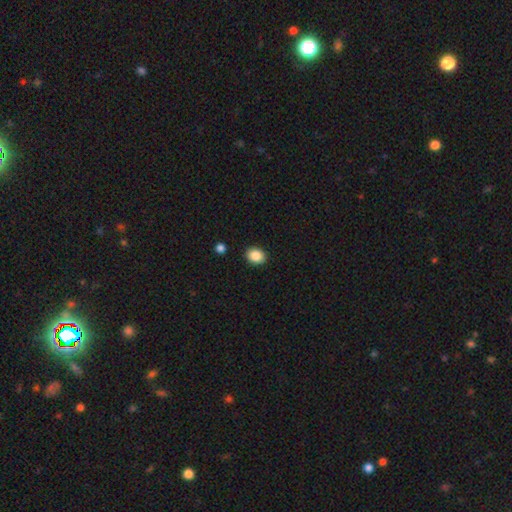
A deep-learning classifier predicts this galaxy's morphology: Smooth or featured?
  - smooth: 87% *
  - star or artifact: 9%
  - featured or disk: 4%
How rounded?
  - in between: 51% *
  - round: 48%
  - cigar-shaped: 1%
Merging?
  - none: 90% *
  - minor disturbance: 6%
  - major disturbance: 2%
  - merger: 1%